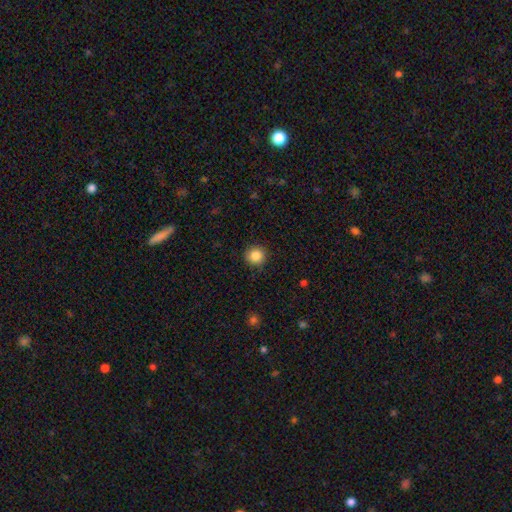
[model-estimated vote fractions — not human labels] Q: Smooth or featured?
A: smooth (85%); runner-up: star or artifact (10%)
Q: How rounded?
A: round (93%); runner-up: in between (6%)
Q: Merging?
A: none (90%); runner-up: minor disturbance (7%)